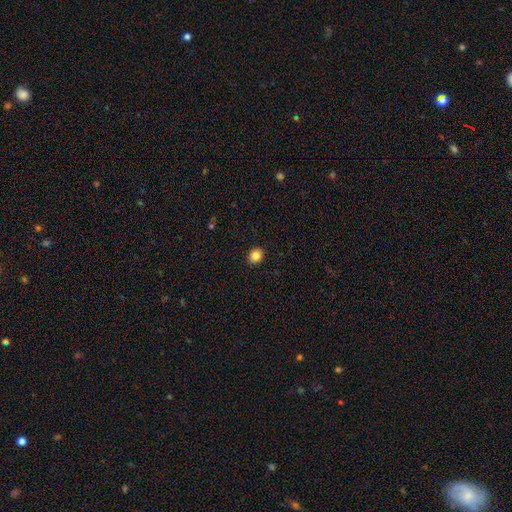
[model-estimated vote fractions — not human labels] This is clearly a smooth galaxy (84%). How rounded: likely round (74%). Merging: clearly none (91%).